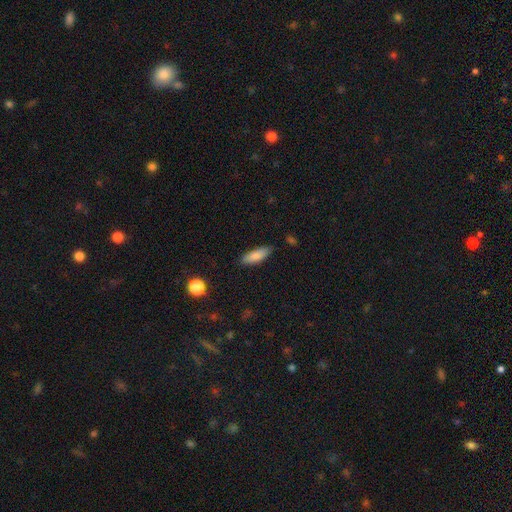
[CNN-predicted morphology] smooth_or_featured: smooth (p=0.85) [alt: featured or disk p=0.08]
how_rounded: in between (p=0.54) [alt: cigar-shaped p=0.44]
merging: none (p=0.83) [alt: minor disturbance p=0.13]